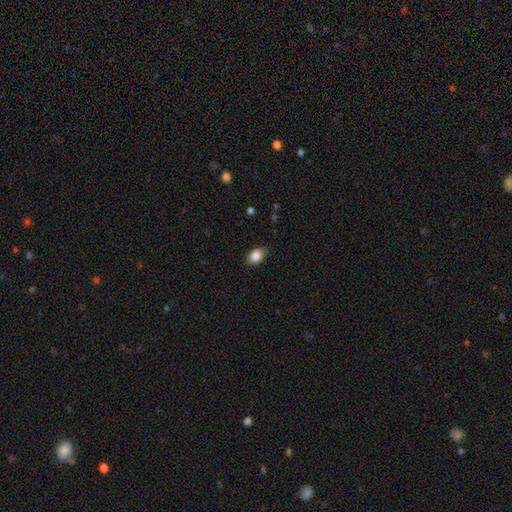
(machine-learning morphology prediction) Smooth or featured? Predicted: smooth (p=0.85). How rounded? Predicted: in between (p=0.77). Merging? Predicted: none (p=0.83).